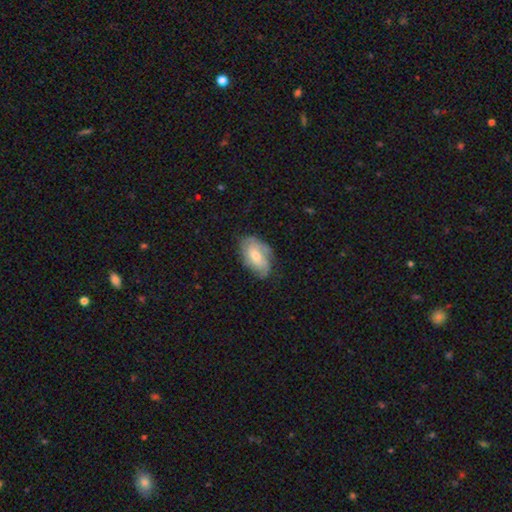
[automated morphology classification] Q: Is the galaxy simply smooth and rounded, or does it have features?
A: featured or disk — 57%.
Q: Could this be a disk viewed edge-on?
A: no — 95%.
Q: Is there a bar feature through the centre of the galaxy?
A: no — 60%.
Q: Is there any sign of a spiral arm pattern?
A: yes — 83%.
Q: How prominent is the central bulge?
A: moderate — 55%.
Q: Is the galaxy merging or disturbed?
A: none — 65%.